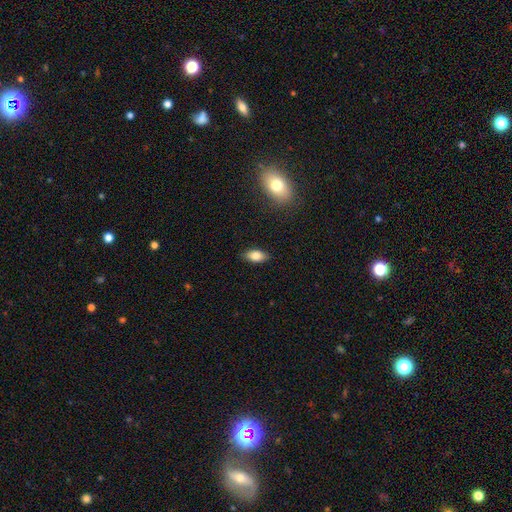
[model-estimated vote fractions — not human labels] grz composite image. It shows a smooth galaxy with no disk features (81%) that is in between round and cigar-shaped (89%). Merging: none (87%).